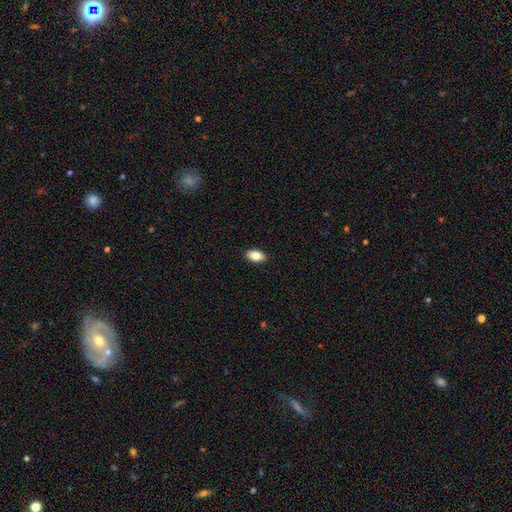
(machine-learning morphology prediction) This is clearly a smooth galaxy (84%). How rounded: clearly in between (92%). Merging: clearly none (91%).